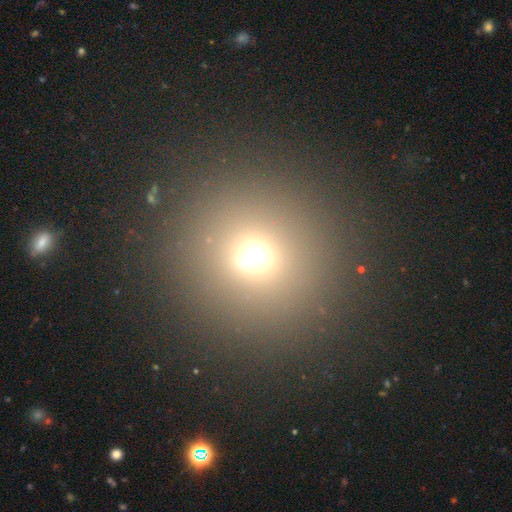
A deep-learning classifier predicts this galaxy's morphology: This is likely a smooth galaxy (63%). How rounded: clearly round (93%). Merging: likely none (71%).